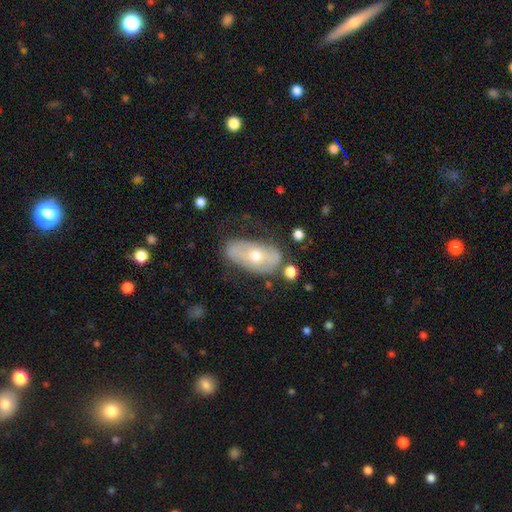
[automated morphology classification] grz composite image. It shows a featured or disk galaxy (47%). Merging: none (56%).